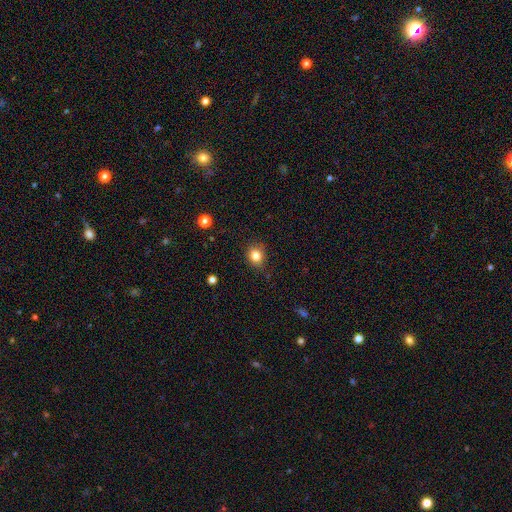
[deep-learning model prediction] A smooth galaxy with no disk features (82%) that is round (65%). Merging: none (85%).